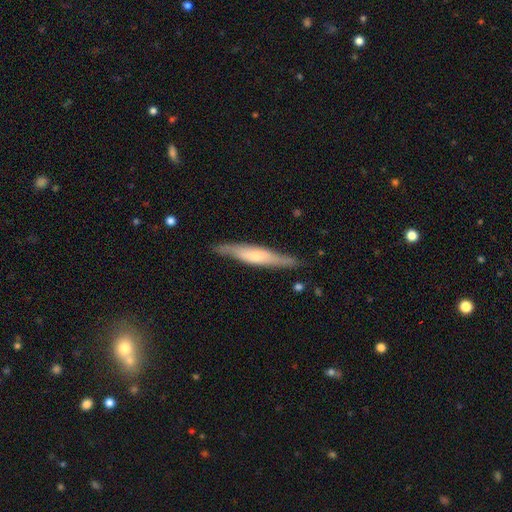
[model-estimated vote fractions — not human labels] This is possibly a featured or disk galaxy (51%). It is clearly viewed edge-on (86%). Merging: clearly none (83%).